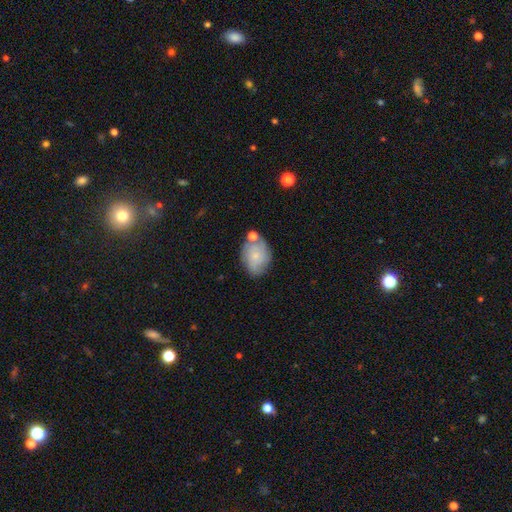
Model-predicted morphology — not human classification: This is possibly a smooth galaxy (51%). How rounded: likely in between (66%). Merging: possibly none (55%).